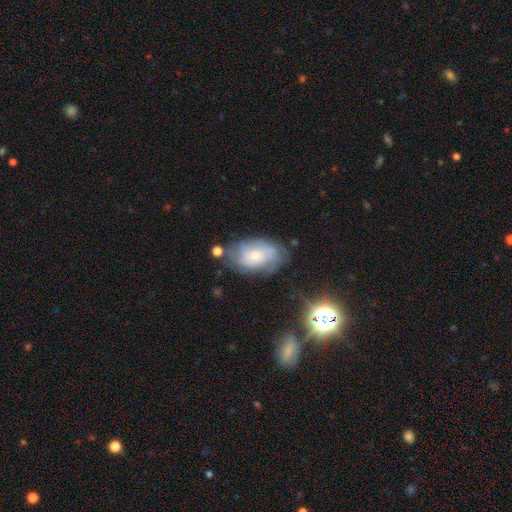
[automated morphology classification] smooth-or-featured: featured or disk: 56% | smooth: 35% | star or artifact: 10%
  disk-edge-on: no: 95% | yes: 5%
    bar: no: 78% | weak: 19% | strong: 3%
    has-spiral-arms: yes: 72% | no: 28%
    bulge-size: small: 50% | moderate: 39% | large: 6% | none: 4% | dominant: 1%
  merging: none: 61% | minor disturbance: 24% | major disturbance: 11% | merger: 4%